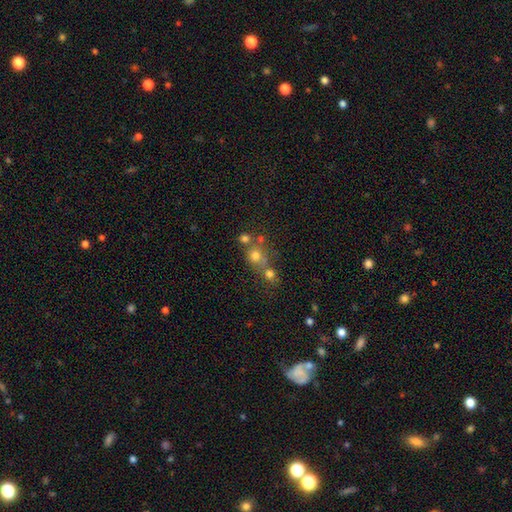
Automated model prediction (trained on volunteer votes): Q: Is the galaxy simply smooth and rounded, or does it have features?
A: smooth — 65%.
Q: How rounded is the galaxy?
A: round — 85%.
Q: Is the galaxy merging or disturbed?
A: none — 45%.